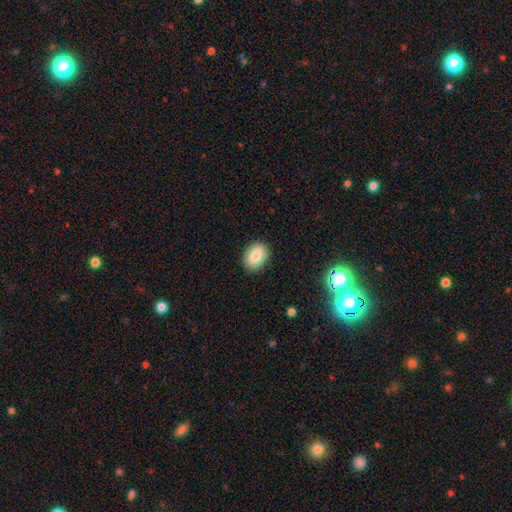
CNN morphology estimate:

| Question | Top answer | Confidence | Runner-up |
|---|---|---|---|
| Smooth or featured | smooth | 83% | featured or disk (9%) |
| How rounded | in between | 83% | round (16%) |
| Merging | none | 88% | minor disturbance (8%) |